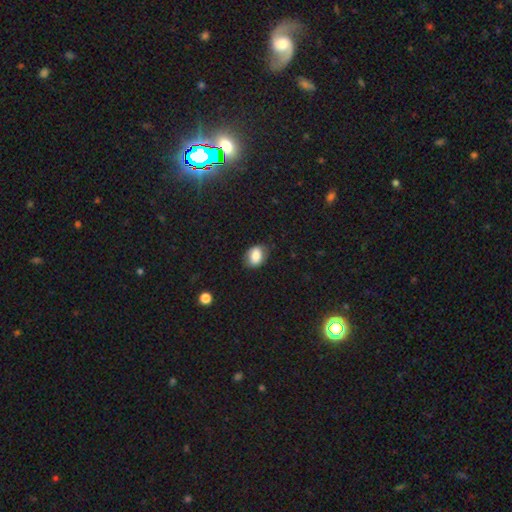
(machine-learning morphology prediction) Smooth or featured: smooth — 83% (featured or disk — 9%)
How rounded: in between — 71% (round — 28%)
Merging: none — 77% (minor disturbance — 18%)